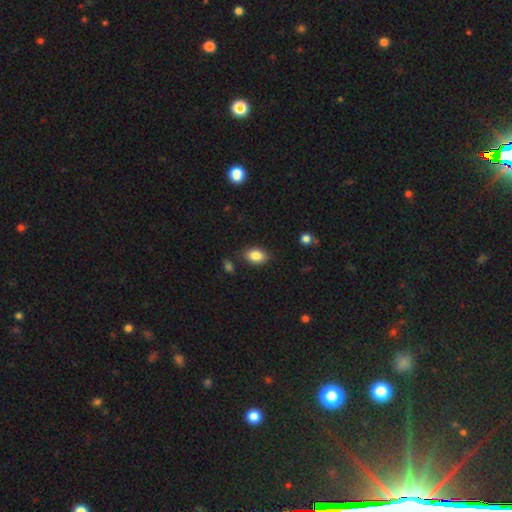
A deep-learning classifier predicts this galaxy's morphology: Smooth or featured? smooth (85%)
How rounded? in between (85%)
Merging? none (82%)